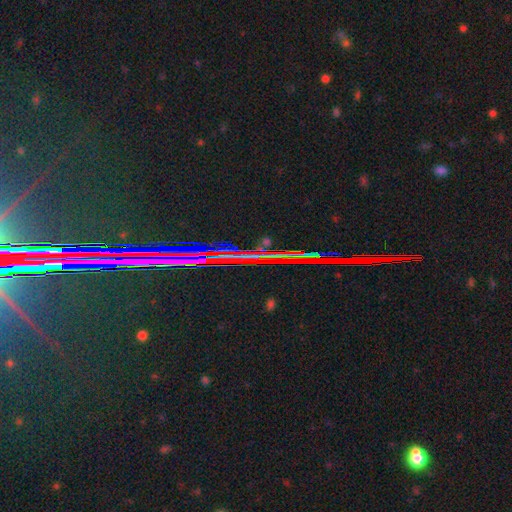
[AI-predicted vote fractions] Q: Smooth or featured?
A: star or artifact (84%); runner-up: featured or disk (8%)